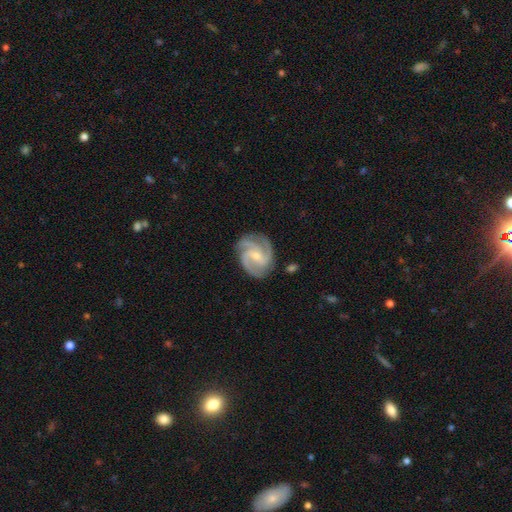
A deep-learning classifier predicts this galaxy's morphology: Smooth or featured? featured or disk (91%)
Edge-on disk? no (98%)
Bar? no (44%)
Spiral arms? yes (99%)
Spiral winding? medium (49%)
Spiral arm count? 3 (69%)
Bulge size? small (60%)
Merging? none (80%)